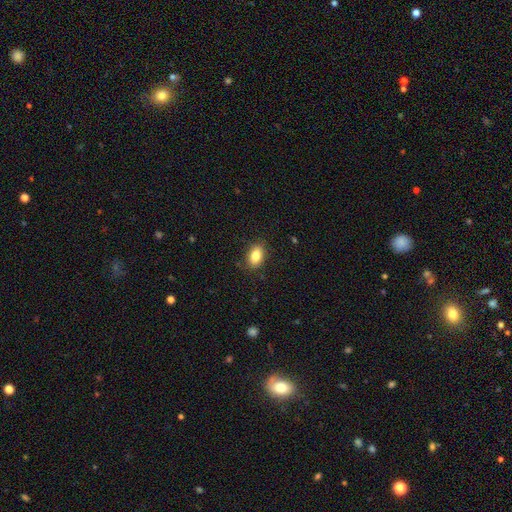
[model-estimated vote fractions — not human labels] A smooth galaxy with no disk features (83%) that is in between round and cigar-shaped (86%). Merging: none (87%).